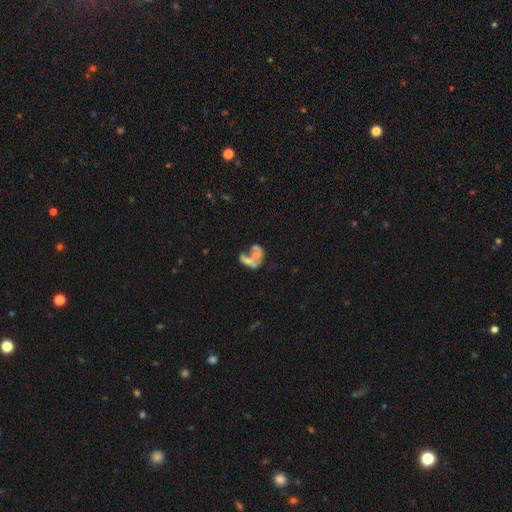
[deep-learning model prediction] Overall: featured or disk (54%; smooth 35%). Edge-on disk: no (97%). Bar: no (87%). Spiral arms: no (82%). Bulge size: none (41%; moderate 29%). Merging: merger (52%; major disturbance 21%).